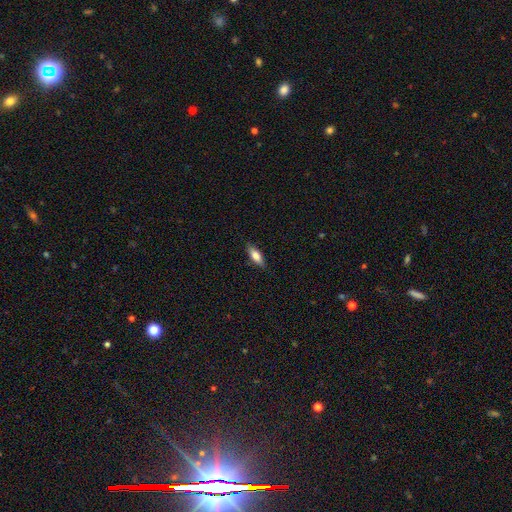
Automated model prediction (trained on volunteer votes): The model was most divided on "how rounded": in between: 61%, cigar-shaped: 37%, round: 2%. More confident: merging — none (86%); smooth or featured — smooth (75%).